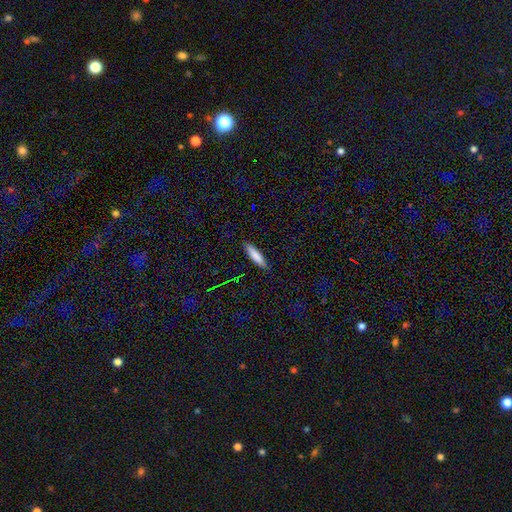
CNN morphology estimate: smooth-or-featured: smooth: 83% | featured or disk: 10% | star or artifact: 7%
  how-rounded: cigar-shaped: 69% | in between: 29% | round: 1%
  merging: none: 87% | minor disturbance: 10% | major disturbance: 2% | merger: 1%